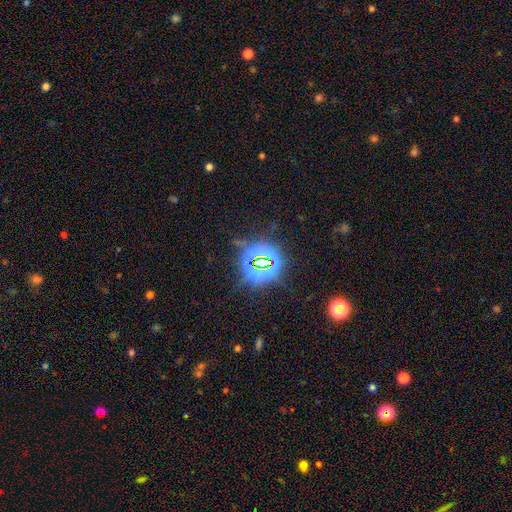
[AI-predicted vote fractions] A star or artifact, not a galaxy (81%).

Vote fractions:
- Smooth or featured? star or artifact: 81% / smooth: 11% / featured or disk: 7%